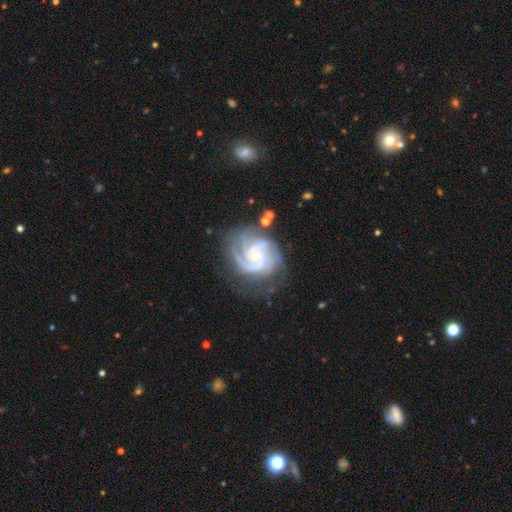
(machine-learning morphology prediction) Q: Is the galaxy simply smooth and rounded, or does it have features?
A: featured or disk — 91%.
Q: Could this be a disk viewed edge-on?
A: no — 98%.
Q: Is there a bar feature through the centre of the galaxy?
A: no — 61%.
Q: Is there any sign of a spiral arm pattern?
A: yes — 98%.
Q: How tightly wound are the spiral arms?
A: tight — 59%.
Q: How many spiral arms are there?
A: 3 — 42%.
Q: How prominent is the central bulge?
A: small — 75%.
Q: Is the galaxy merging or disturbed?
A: none — 68%.